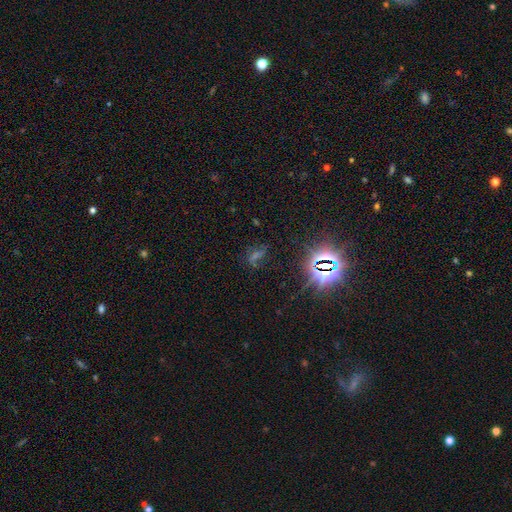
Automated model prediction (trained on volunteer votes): Q: Smooth or featured?
A: star or artifact (62%); runner-up: featured or disk (20%)